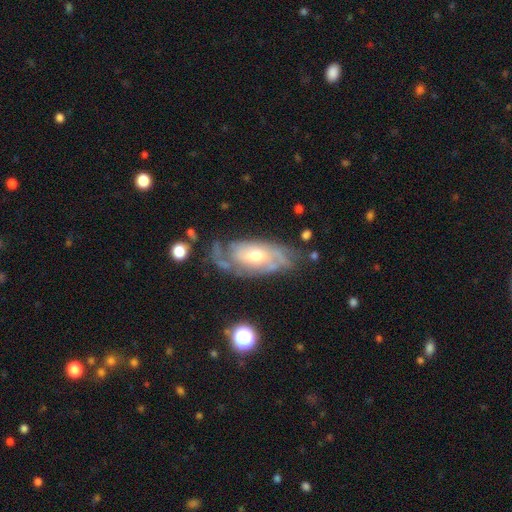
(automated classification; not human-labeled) This appears to be a featured or disk galaxy (79%) with no bar (64%), tight (54%) spiral arms (89%) and a moderate central bulge (64%). Merging: none (58%).